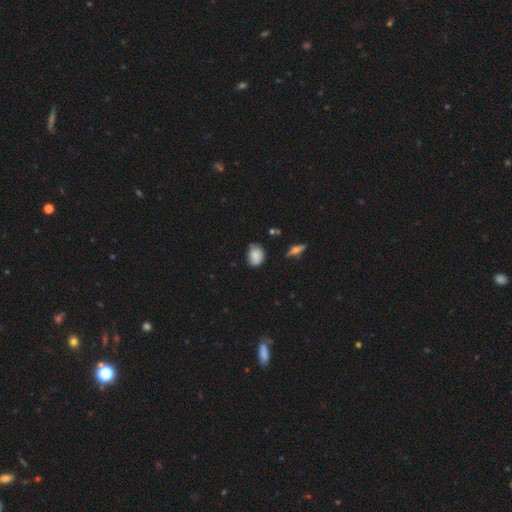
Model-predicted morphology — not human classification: Smooth or featured? Predicted: smooth (p=0.82). How rounded? Predicted: in between (p=0.55). Merging? Predicted: none (p=0.61).